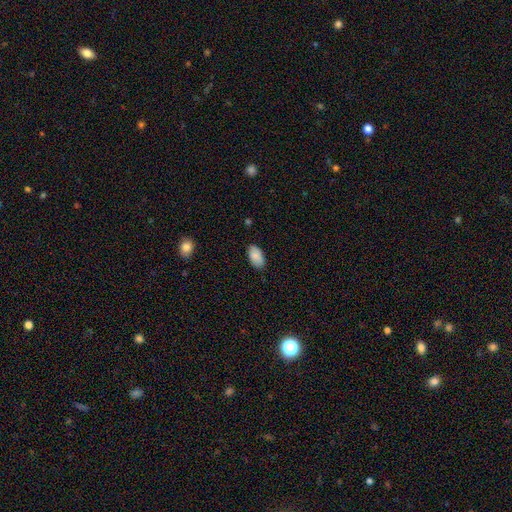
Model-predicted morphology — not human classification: Smooth or featured? Predicted: smooth (p=0.87). How rounded? Predicted: in between (p=0.95). Merging? Predicted: none (p=0.85).